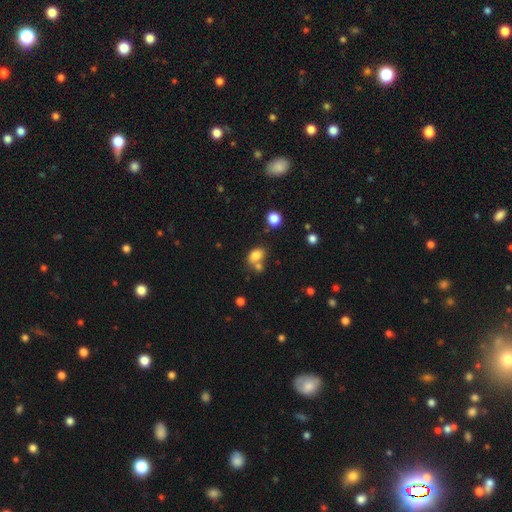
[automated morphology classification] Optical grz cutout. It shows a smooth galaxy with no disk features (80%) that is in between round and cigar-shaped (78%). Merging: none (50%).